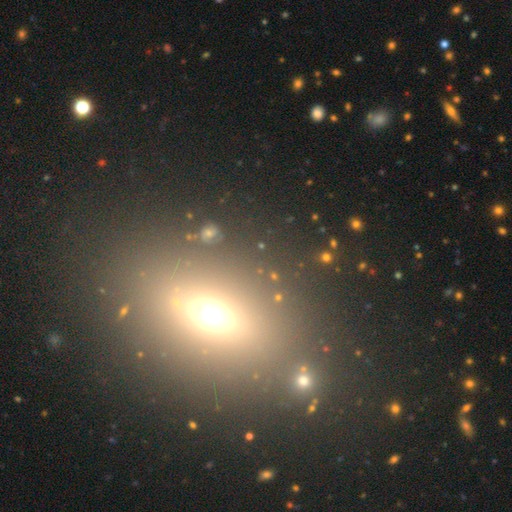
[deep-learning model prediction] Smooth or featured: smooth — 51% (star or artifact — 27%)
How rounded: in between — 75% (round — 17%)
Merging: none — 83% (minor disturbance — 8%)